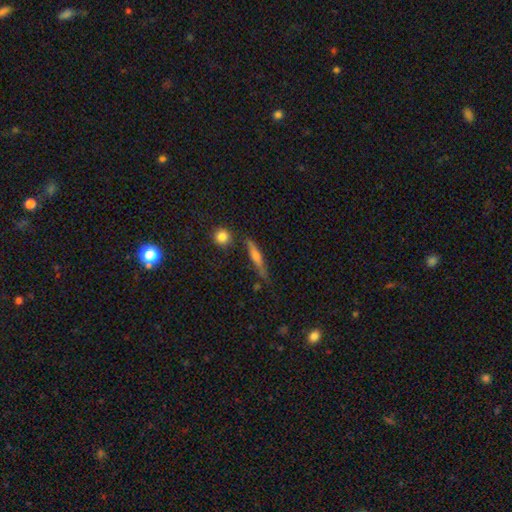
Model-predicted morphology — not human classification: smooth-or-featured: smooth: 50% | featured or disk: 42% | star or artifact: 9%
  merging: none: 71% | minor disturbance: 18% | merger: 6% | major disturbance: 5%